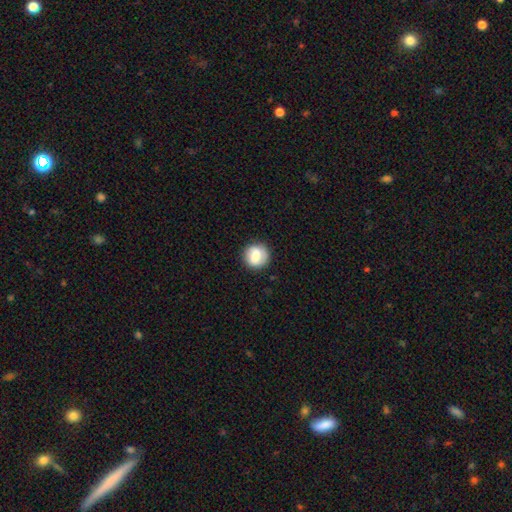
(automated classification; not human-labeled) Smooth or featured?
  - smooth: 67% *
  - featured or disk: 25%
  - star or artifact: 8%
How rounded?
  - round: 88% *
  - in between: 11%
  - cigar-shaped: 1%
Merging?
  - none: 82% *
  - minor disturbance: 13%
  - major disturbance: 4%
  - merger: 1%